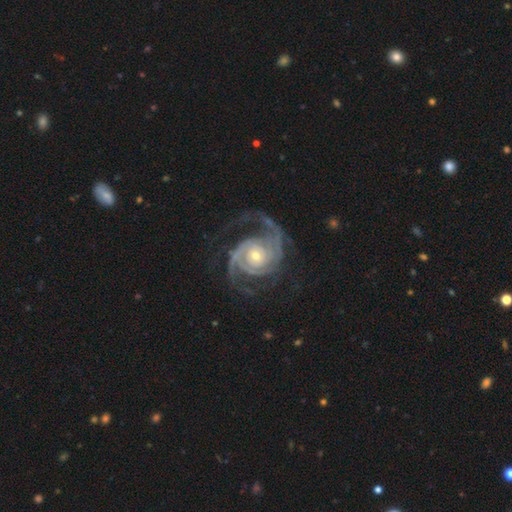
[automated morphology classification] Q: Smooth or featured?
A: featured or disk (92%); runner-up: star or artifact (4%)
Q: Edge-on disk?
A: no (98%); runner-up: yes (2%)
Q: Bar?
A: no (71%); runner-up: weak (21%)
Q: Spiral arms?
A: yes (98%); runner-up: no (2%)
Q: Spiral winding?
A: medium (44%); runner-up: tight (43%)
Q: Spiral arm count?
A: 2 (62%); runner-up: 3 (16%)
Q: Bulge size?
A: small (55%); runner-up: moderate (40%)
Q: Merging?
A: none (66%); runner-up: major disturbance (17%)